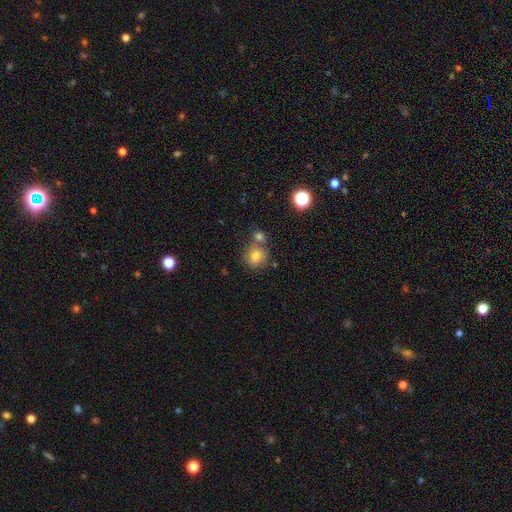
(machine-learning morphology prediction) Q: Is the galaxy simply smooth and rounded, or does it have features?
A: smooth — 77%.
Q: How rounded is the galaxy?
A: round — 80%.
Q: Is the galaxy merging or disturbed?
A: none — 58%.